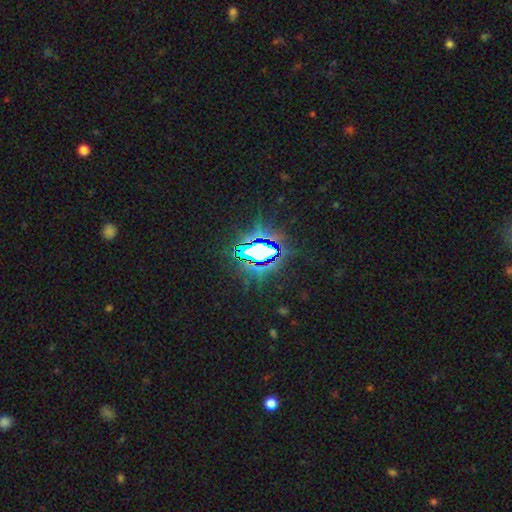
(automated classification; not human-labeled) smooth_or_featured: star or artifact (p=0.84) [alt: smooth p=0.09]